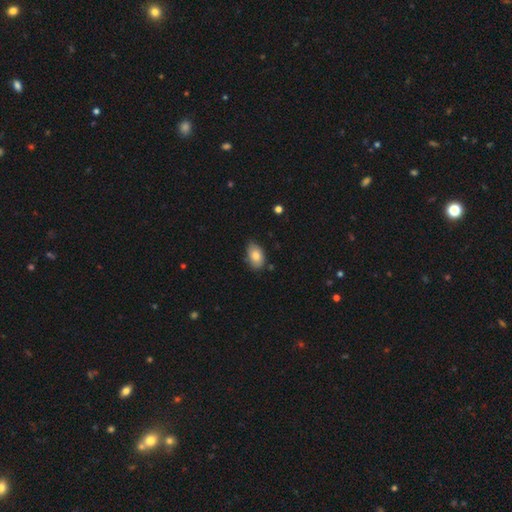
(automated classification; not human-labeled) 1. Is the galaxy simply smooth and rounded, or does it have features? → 82% smooth, 11% featured or disk, 7% star or artifact.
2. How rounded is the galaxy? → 90% in between, 9% round, 1% cigar-shaped.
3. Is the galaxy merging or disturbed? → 71% none, 24% minor disturbance, 3% major disturbance, 2% merger.